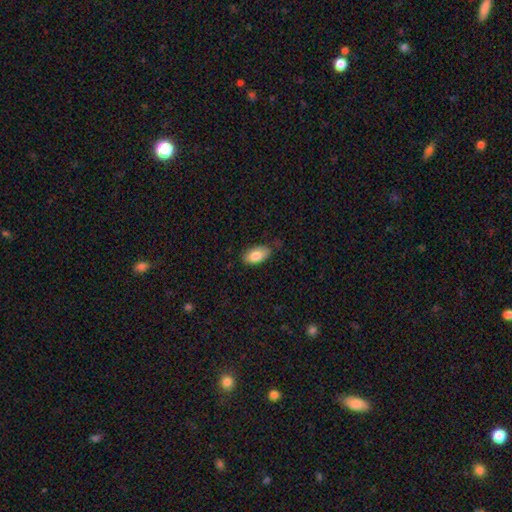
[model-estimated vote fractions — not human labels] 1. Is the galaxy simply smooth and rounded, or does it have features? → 81% smooth, 12% featured or disk, 7% star or artifact.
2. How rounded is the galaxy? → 93% in between, 4% round, 3% cigar-shaped.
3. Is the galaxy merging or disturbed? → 72% none, 22% minor disturbance, 4% major disturbance, 2% merger.